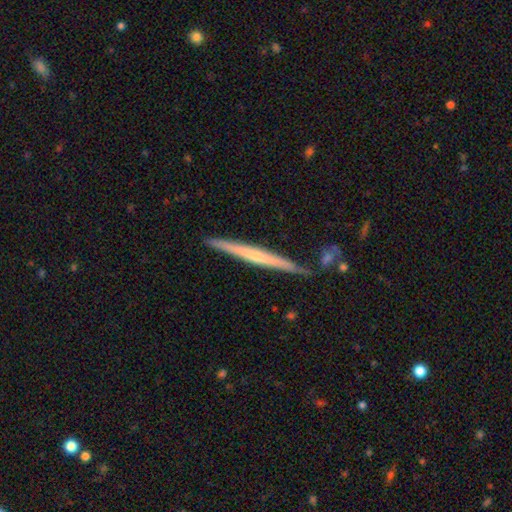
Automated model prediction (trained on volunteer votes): A featured or disk galaxy (58%) viewed edge-on (97%) with no central bulge (68%). Merging: none (87%).